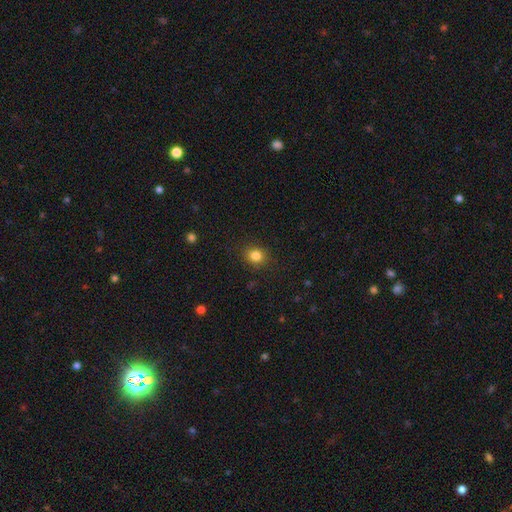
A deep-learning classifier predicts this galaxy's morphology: This is clearly a smooth galaxy (83%). How rounded: likely round (75%). Merging: clearly none (87%).